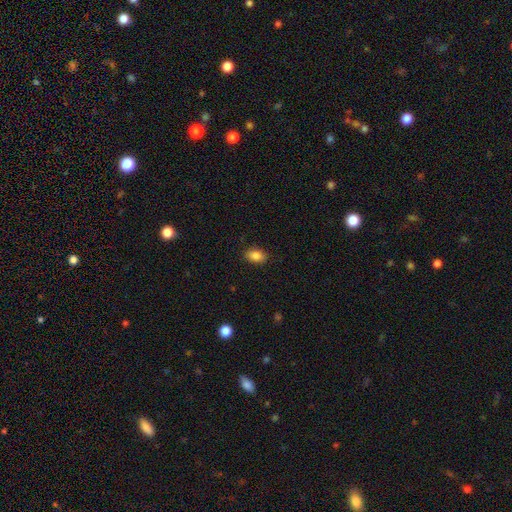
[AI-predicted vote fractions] smooth 87%, star or artifact 8%, featured or disk 5%. Down the decision tree: how rounded — in between (85%); merging — none (88%).